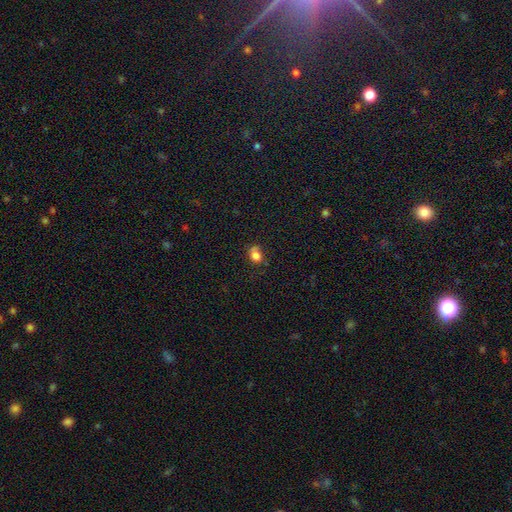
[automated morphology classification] type=smooth (79%); roundness=in between (53%); merging=none (54%).